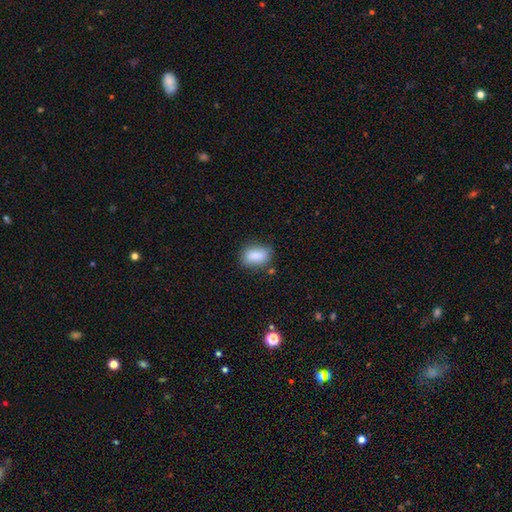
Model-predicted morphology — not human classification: This is clearly a smooth galaxy (86%). How rounded: clearly in between (84%). Merging: likely none (72%).